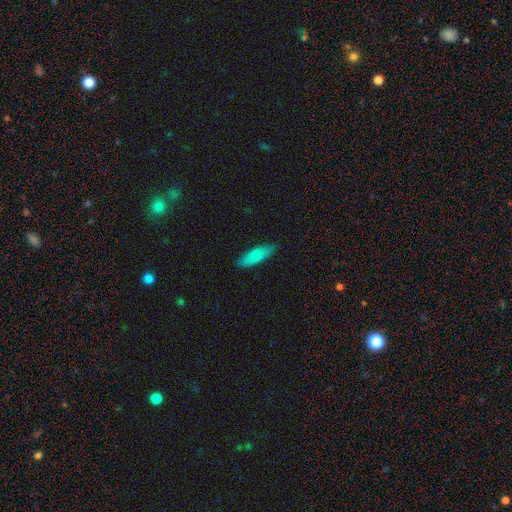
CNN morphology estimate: Smooth or featured? smooth (83%)
How rounded? in between (59%)
Merging? none (82%)